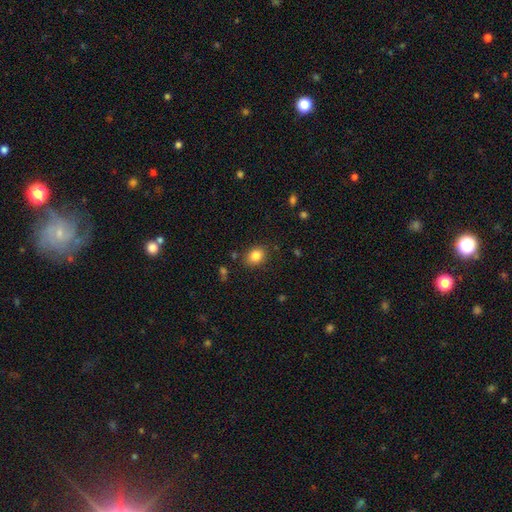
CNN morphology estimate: Smooth or featured?
  - smooth: 84% *
  - star or artifact: 10%
  - featured or disk: 6%
How rounded?
  - in between: 57% *
  - round: 42%
  - cigar-shaped: 1%
Merging?
  - none: 83% *
  - minor disturbance: 12%
  - major disturbance: 3%
  - merger: 2%